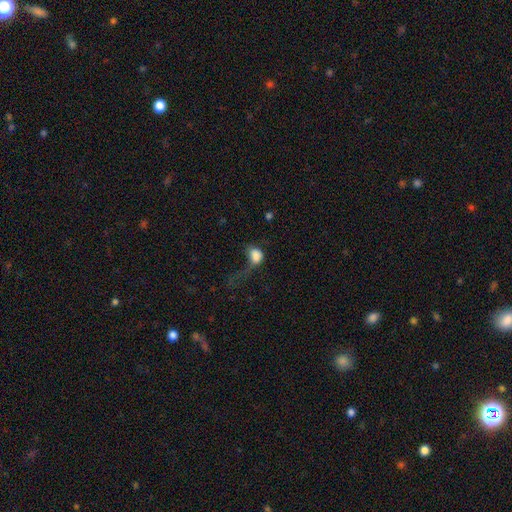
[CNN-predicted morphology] type=smooth (74%); roundness=in between (61%); merging=major disturbance (64%).